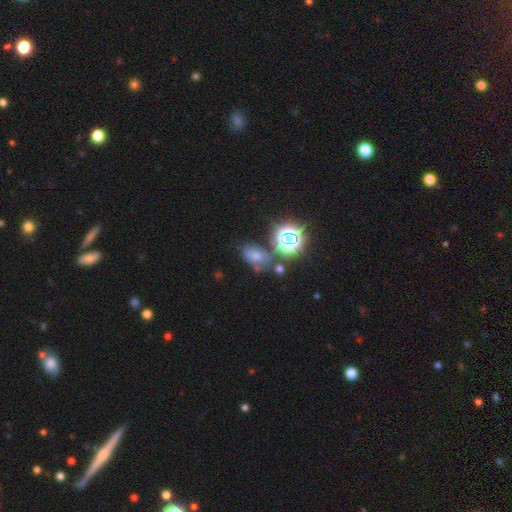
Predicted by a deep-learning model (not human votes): star or artifact 50%, smooth 33%, featured or disk 17%.